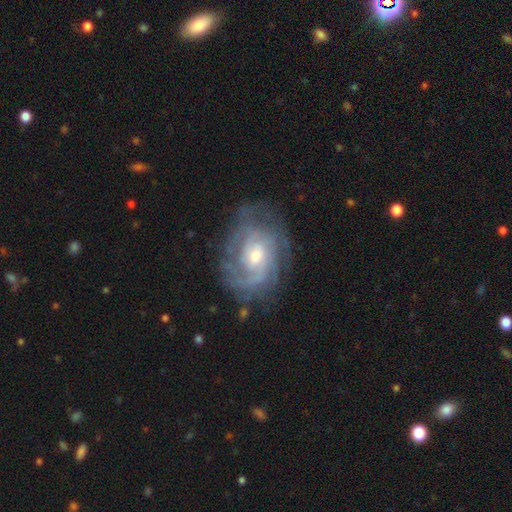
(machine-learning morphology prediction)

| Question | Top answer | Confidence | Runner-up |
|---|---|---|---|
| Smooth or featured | featured or disk | 86% | smooth (8%) |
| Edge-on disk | no | 97% | yes (3%) |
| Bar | no | 61% | weak (33%) |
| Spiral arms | yes | 94% | no (6%) |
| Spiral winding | tight | 57% | medium (34%) |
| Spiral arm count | can't tell | 35% | 2 (27%) |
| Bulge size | moderate | 53% | small (42%) |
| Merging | none | 69% | minor disturbance (20%) |